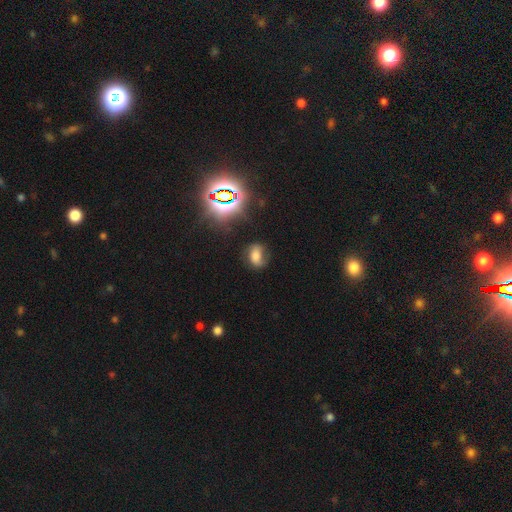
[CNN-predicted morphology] This appears to be a smooth galaxy with no disk features (55%) that is in between round and cigar-shaped (75%). Merging: none (56%).